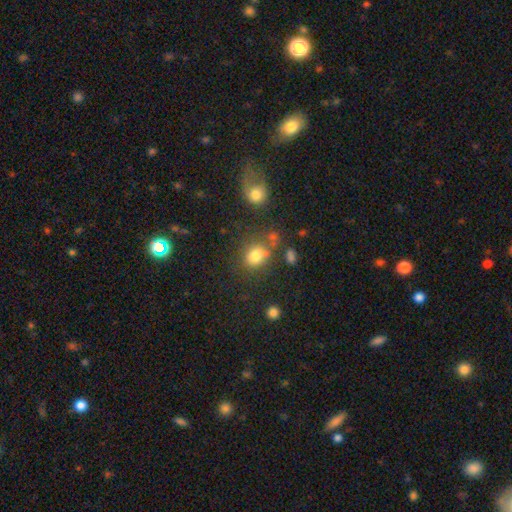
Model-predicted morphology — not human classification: A smooth galaxy with no disk features (78%) that is round (63%).

Vote fractions:
- Smooth or featured? smooth: 78% / star or artifact: 14% / featured or disk: 8%
- How rounded? round: 63% / in between: 36% / cigar-shaped: 1%
- Merging? none: 65% / minor disturbance: 16% / merger: 11% / major disturbance: 7%